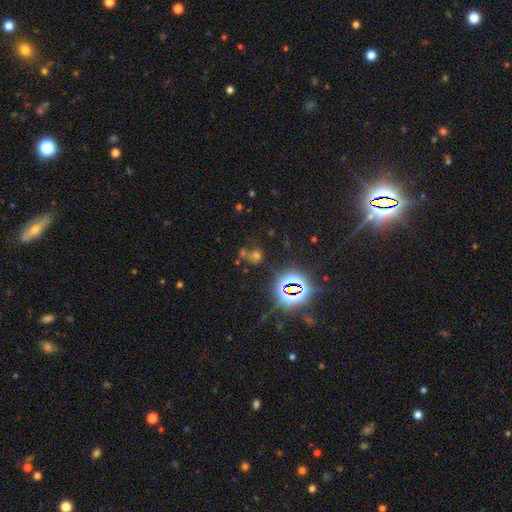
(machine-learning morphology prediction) Smooth or featured? star or artifact (47%)